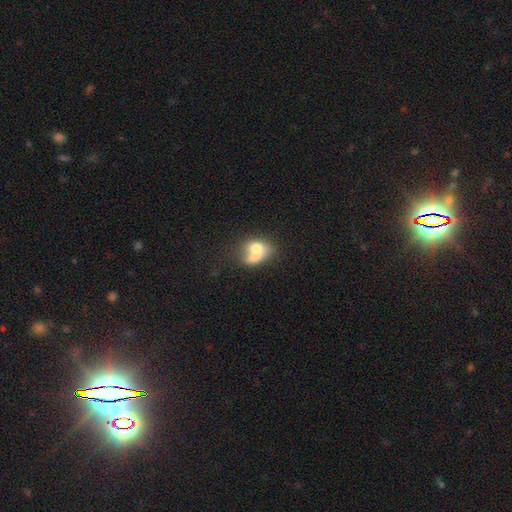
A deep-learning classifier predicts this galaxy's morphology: smooth_or_featured: smooth (p=0.66) [alt: featured or disk p=0.25]
how_rounded: in between (p=0.68) [alt: round p=0.30]
merging: merger (p=0.59) [alt: none p=0.20]